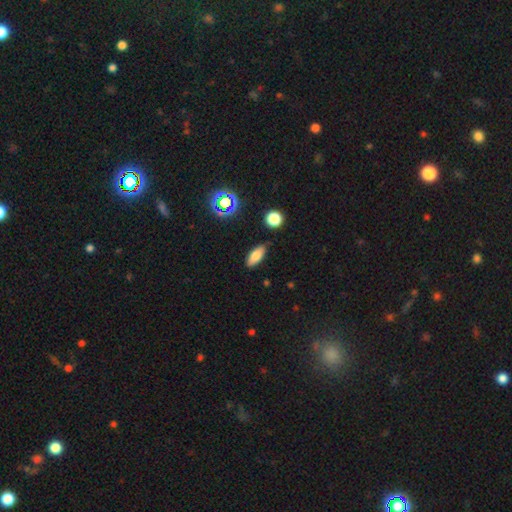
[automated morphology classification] smooth_or_featured: smooth (p=0.75) [alt: featured or disk p=0.14]
how_rounded: in between (p=0.81) [alt: cigar-shaped p=0.15]
merging: none (p=0.85) [alt: minor disturbance p=0.11]